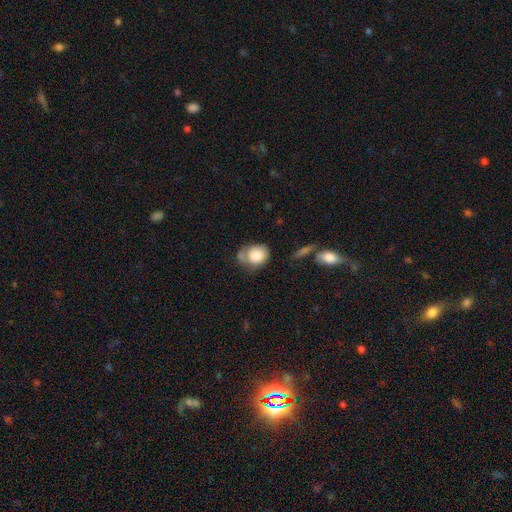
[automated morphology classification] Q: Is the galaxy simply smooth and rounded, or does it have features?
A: smooth — 77%.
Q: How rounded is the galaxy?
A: round — 51%.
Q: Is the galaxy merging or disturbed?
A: none — 41%.